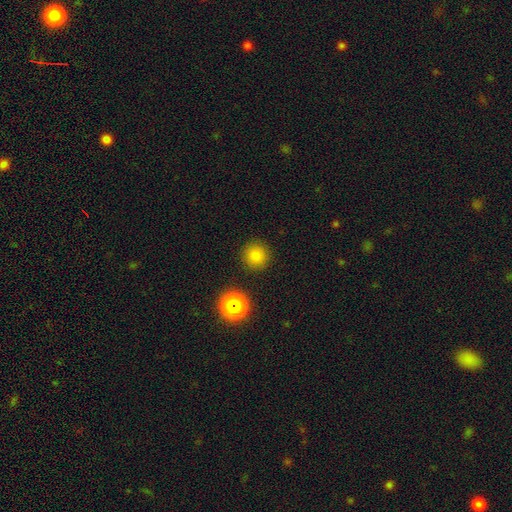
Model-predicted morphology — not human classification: smooth 80%, star or artifact 15%, featured or disk 5%. Down the decision tree: how rounded — round (95%); merging — none (90%).